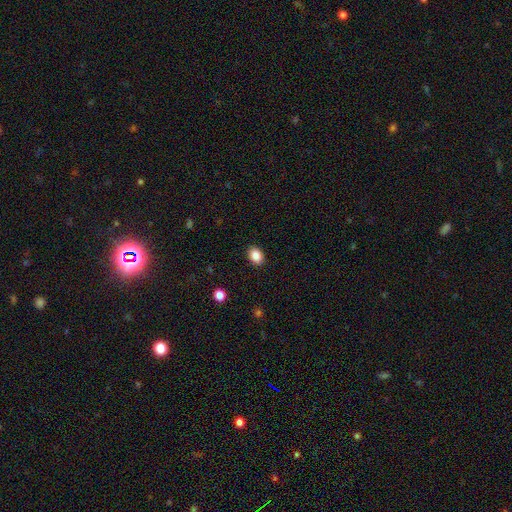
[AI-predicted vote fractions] Smooth or featured? smooth (87%)
How rounded? in between (67%)
Merging? none (90%)